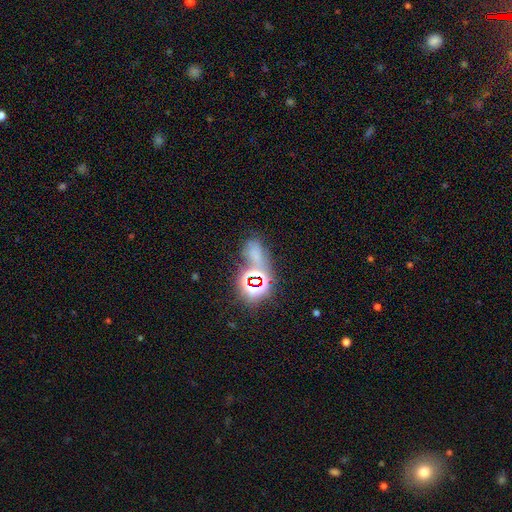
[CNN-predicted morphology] star or artifact 50%, smooth 38%, featured or disk 12%.